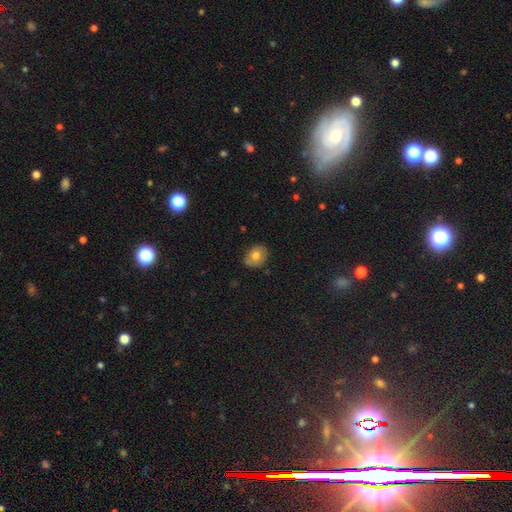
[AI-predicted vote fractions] Q: Smooth or featured?
A: smooth (74%); runner-up: featured or disk (16%)
Q: How rounded?
A: round (51%); runner-up: in between (48%)
Q: Merging?
A: none (77%); runner-up: minor disturbance (19%)